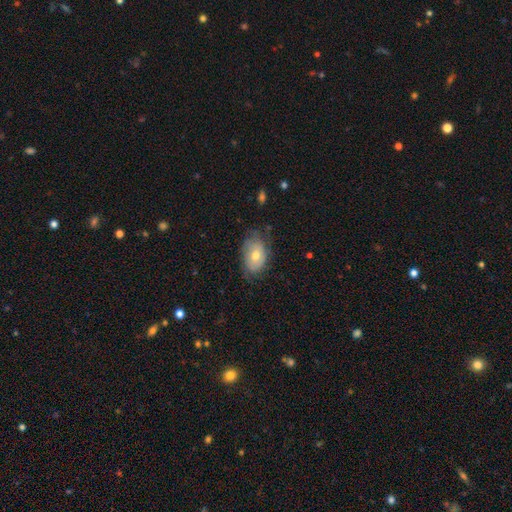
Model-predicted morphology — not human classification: Overall: smooth (48%; featured or disk 43%). Merging: none (65%; minor disturbance 26%).